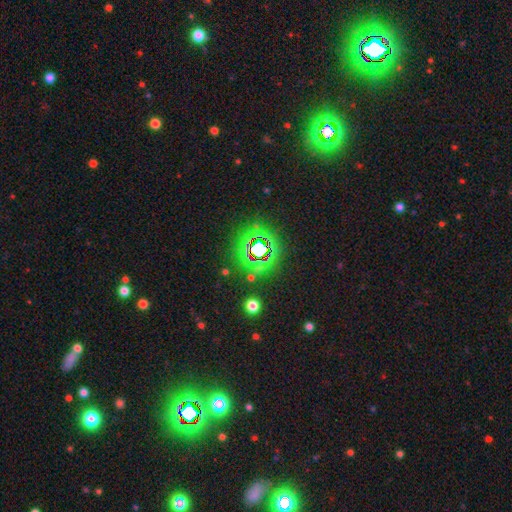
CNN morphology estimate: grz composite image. It shows a star or artifact, not a galaxy (70%).